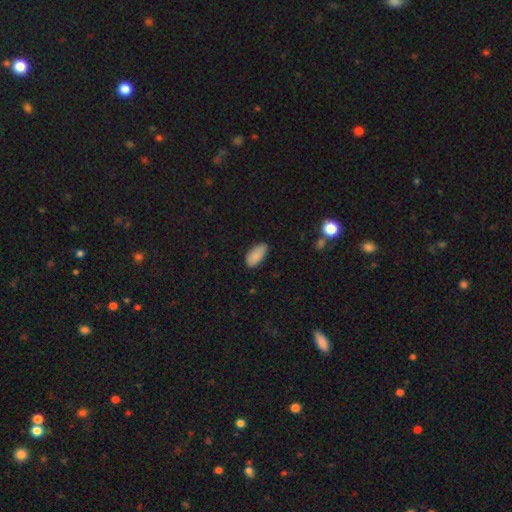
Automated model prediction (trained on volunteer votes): This is clearly a smooth galaxy (87%). How rounded: clearly in between (92%). Merging: clearly none (81%).